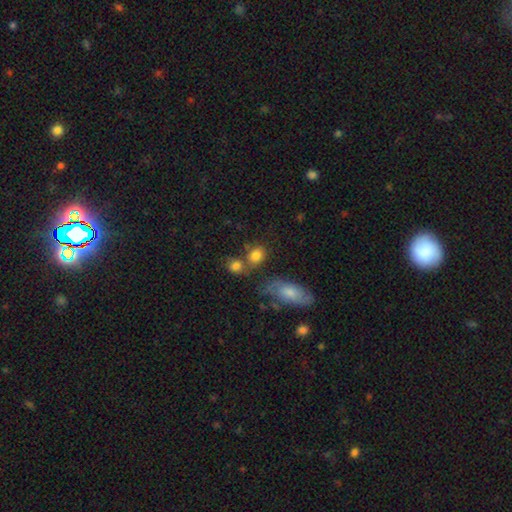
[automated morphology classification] This is clearly a smooth galaxy (81%). How rounded: possibly in between (54%). Merging: possibly none (55%).